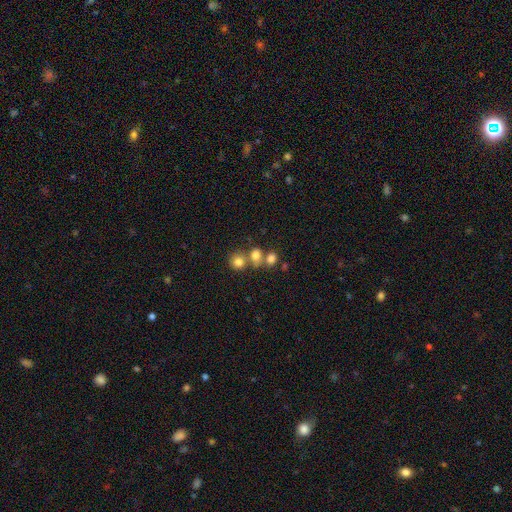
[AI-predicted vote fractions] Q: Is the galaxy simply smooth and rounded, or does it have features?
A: smooth — 75%.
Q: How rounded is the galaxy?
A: round — 62%.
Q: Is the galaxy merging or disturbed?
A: none — 44%.